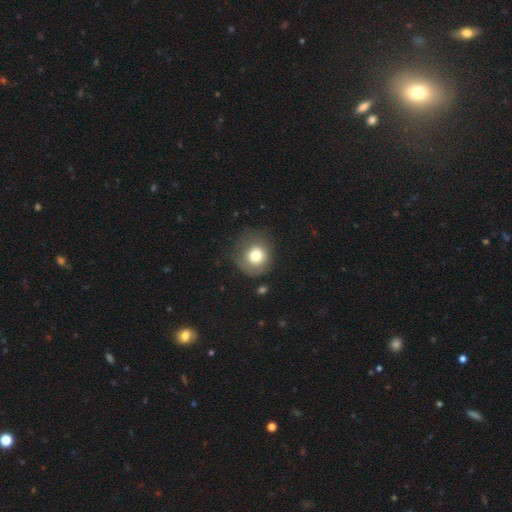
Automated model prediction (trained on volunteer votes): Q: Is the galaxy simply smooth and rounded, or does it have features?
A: smooth — 74%.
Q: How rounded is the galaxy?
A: round — 84%.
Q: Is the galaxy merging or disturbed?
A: none — 59%.